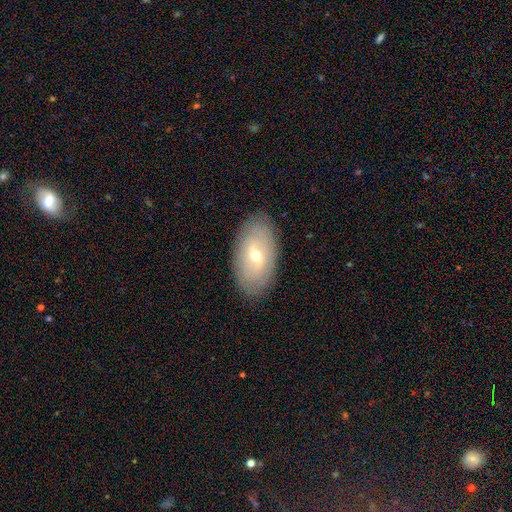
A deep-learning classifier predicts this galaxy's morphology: A featured or disk galaxy (50%).

Vote fractions:
- Smooth or featured? featured or disk: 50% / smooth: 43% / star or artifact: 7%
- Merging? none: 87% / minor disturbance: 10% / major disturbance: 3% / merger: 1%